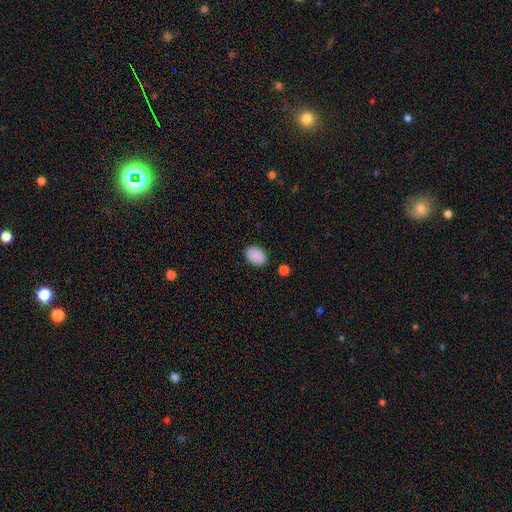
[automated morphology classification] This is clearly a smooth galaxy (90%). How rounded: clearly in between (86%). Merging: clearly none (86%).